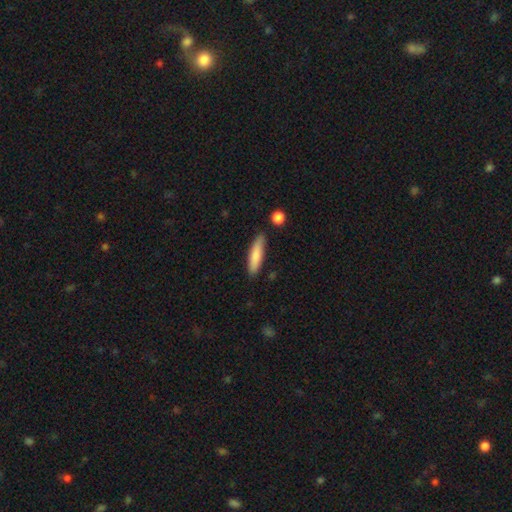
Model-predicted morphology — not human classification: Overall: smooth (81%). How rounded: cigar-shaped (74%). Merging: none (83%).